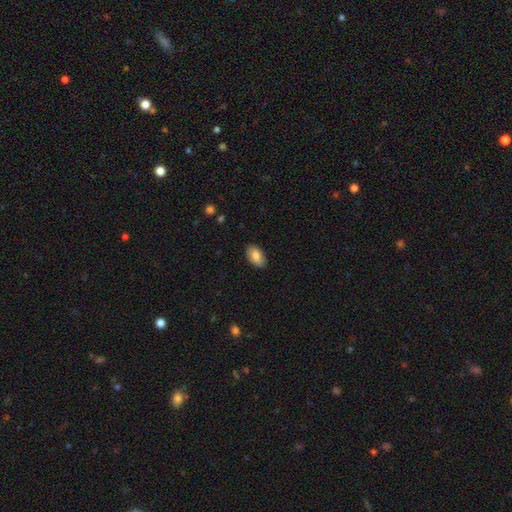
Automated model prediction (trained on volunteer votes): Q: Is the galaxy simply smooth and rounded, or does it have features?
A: smooth — 78%.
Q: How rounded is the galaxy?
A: in between — 93%.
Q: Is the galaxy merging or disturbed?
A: none — 86%.